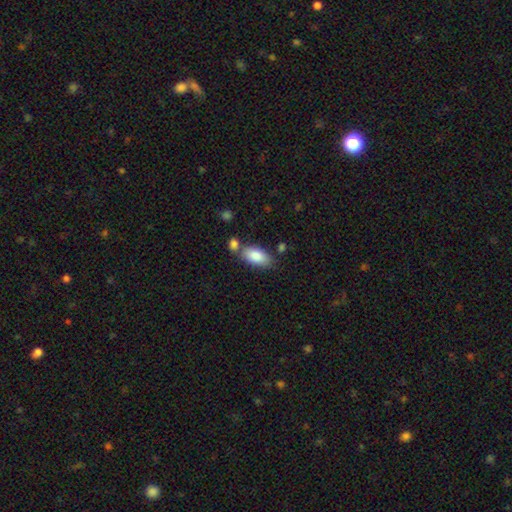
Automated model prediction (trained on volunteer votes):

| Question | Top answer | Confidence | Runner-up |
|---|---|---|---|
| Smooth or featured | smooth | 84% | featured or disk (10%) |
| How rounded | in between | 93% | cigar-shaped (4%) |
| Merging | none | 64% | merger (18%) |